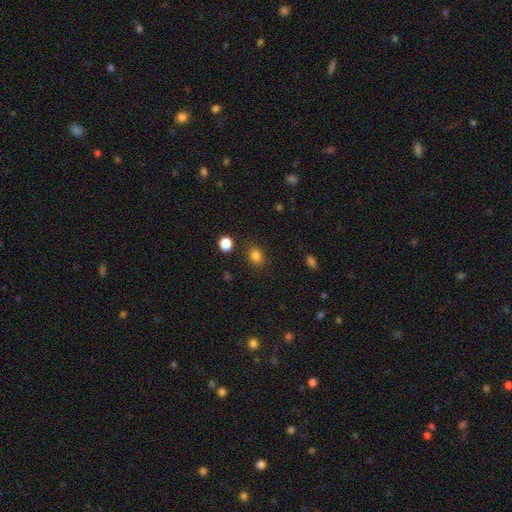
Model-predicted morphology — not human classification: A smooth galaxy with no disk features (82%) that is in between round and cigar-shaped (50%). Merging: none (84%).